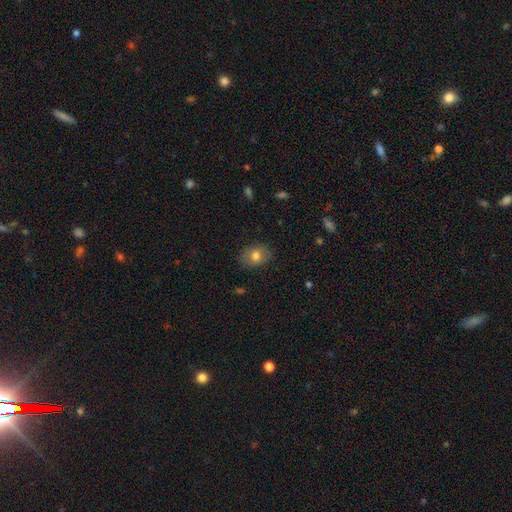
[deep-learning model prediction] A smooth galaxy with no disk features (76%) that is in between round and cigar-shaped (65%). Merging: none (82%).